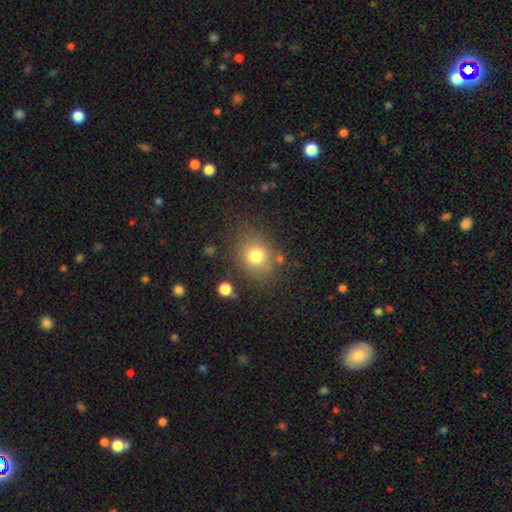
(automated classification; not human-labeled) This appears to be a smooth galaxy with no disk features (76%) that is round (73%). Merging: none (77%).